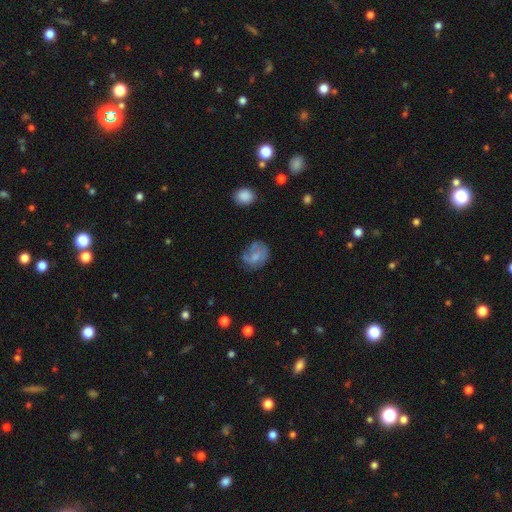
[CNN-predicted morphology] type=smooth (49%); merging=none (53%).